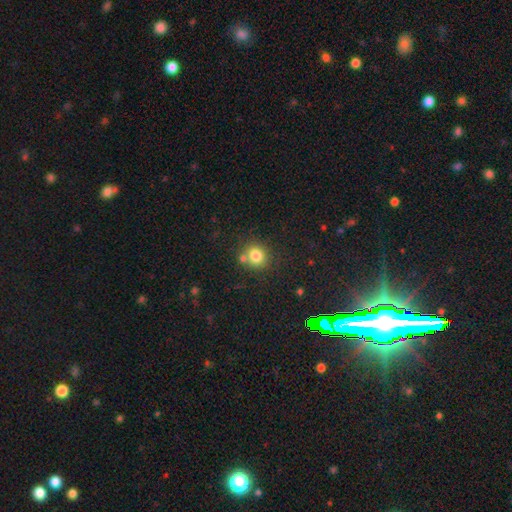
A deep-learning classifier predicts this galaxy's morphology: A smooth galaxy with no disk features (81%) that is round (82%). Merging: none (71%).